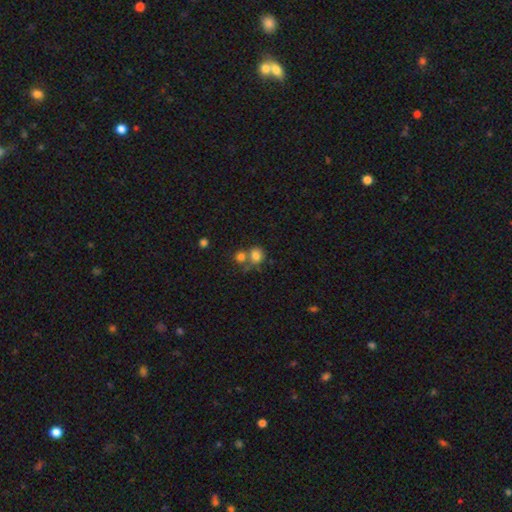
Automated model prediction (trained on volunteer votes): This appears to be a smooth galaxy with no disk features (78%) that is round (65%). Merging: merger (49%).